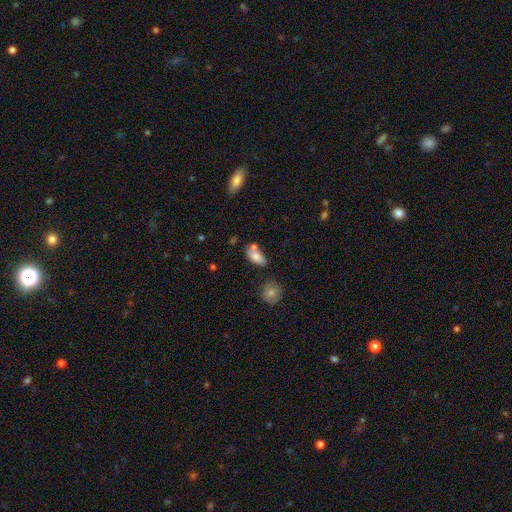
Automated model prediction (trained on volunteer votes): smooth 79%, featured or disk 13%, star or artifact 8%. Down the decision tree: how rounded — in between (87%); merging — none (53%).